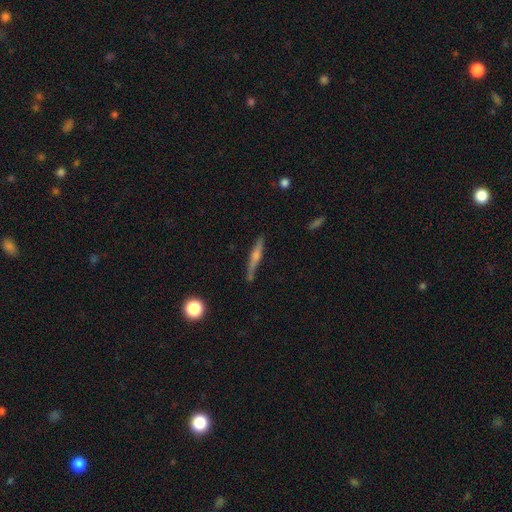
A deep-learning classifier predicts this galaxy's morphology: A featured or disk galaxy (65%) viewed edge-on (96%) with a rounded central bulge (76%). Merging: none (81%).